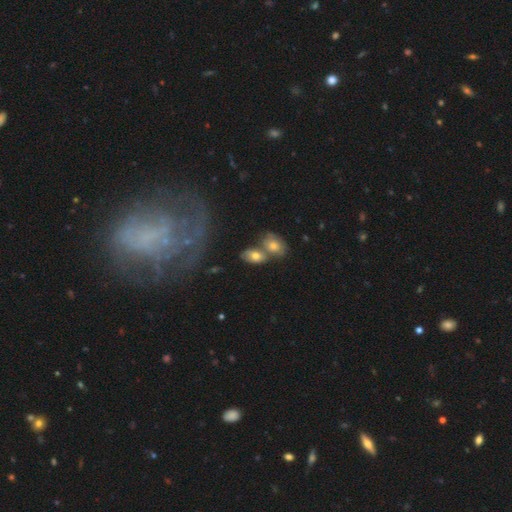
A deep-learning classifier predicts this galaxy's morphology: The model was most divided on "merging": merger: 43%, none: 41%, minor disturbance: 12%, major disturbance: 5%. More confident: how rounded — in between (88%); smooth or featured — smooth (69%).